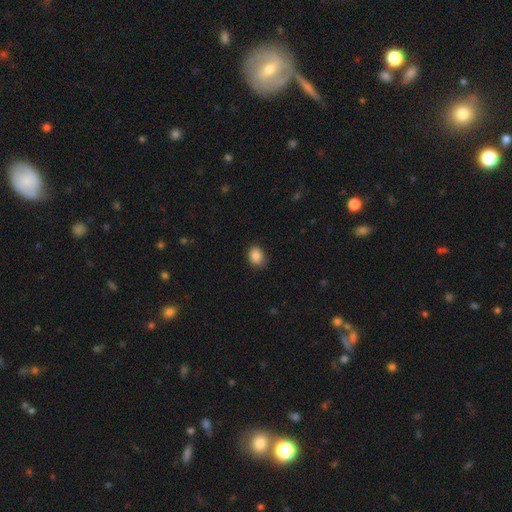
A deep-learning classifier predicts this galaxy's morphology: A smooth galaxy with no disk features (87%) that is in between round and cigar-shaped (57%). Merging: none (79%).